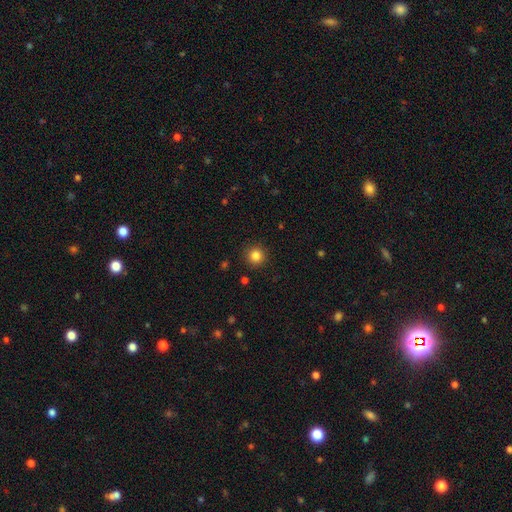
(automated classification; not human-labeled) Smooth or featured? smooth (84%)
How rounded? round (95%)
Merging? none (91%)